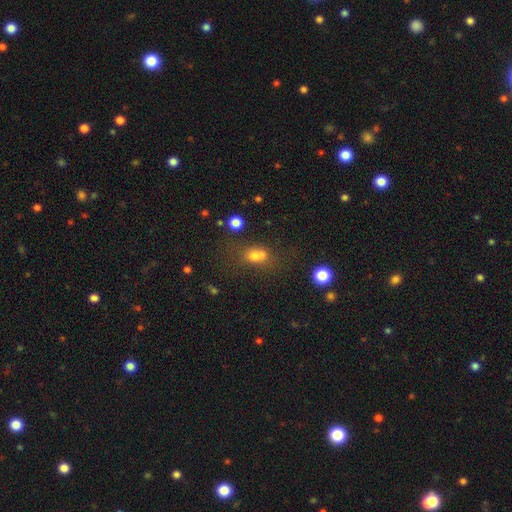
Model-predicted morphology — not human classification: Q: Smooth or featured?
A: smooth (65%); runner-up: star or artifact (22%)
Q: How rounded?
A: in between (53%); runner-up: round (43%)
Q: Merging?
A: none (44%); runner-up: merger (28%)